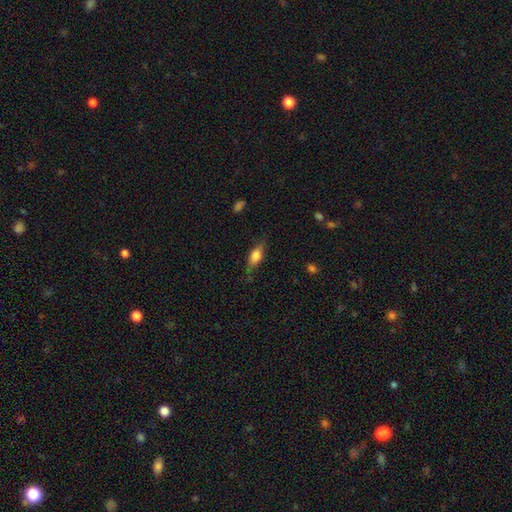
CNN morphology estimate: Smooth or featured?
  - smooth: 64% *
  - featured or disk: 28%
  - star or artifact: 7%
How rounded?
  - in between: 72% *
  - cigar-shaped: 23%
  - round: 4%
Merging?
  - none: 72% *
  - minor disturbance: 21%
  - major disturbance: 5%
  - merger: 2%